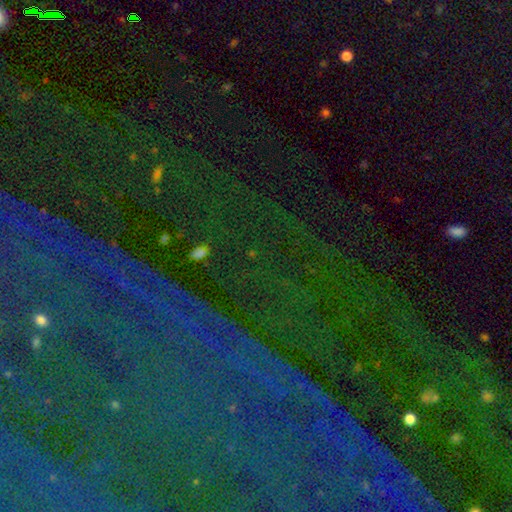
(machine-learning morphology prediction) type=star or artifact (82%).